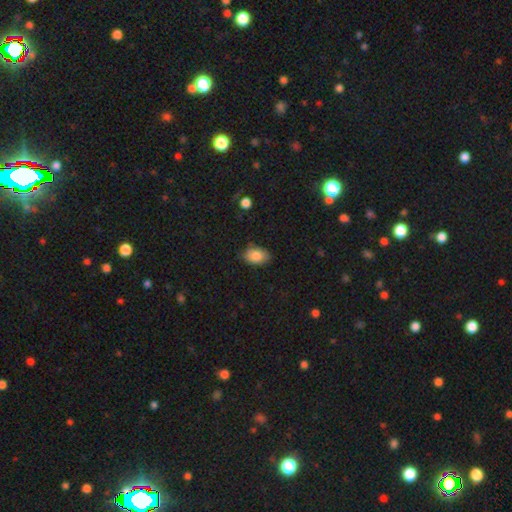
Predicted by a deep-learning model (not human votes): Smooth or featured? Predicted: smooth (p=0.85). How rounded? Predicted: in between (p=0.83). Merging? Predicted: none (p=0.77).